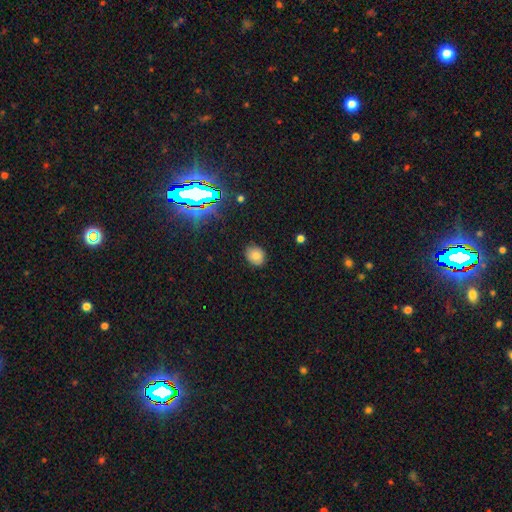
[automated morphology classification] type=smooth (78%); roundness=round (54%); merging=none (85%).